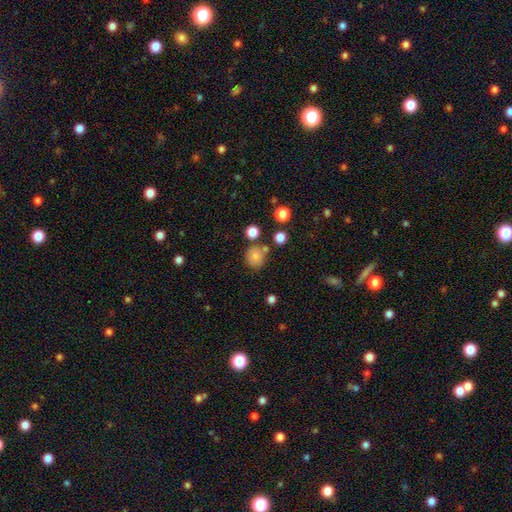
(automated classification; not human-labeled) smooth-or-featured: smooth: 80% | star or artifact: 12% | featured or disk: 8%
  how-rounded: round: 86% | in between: 13% | cigar-shaped: 1%
  merging: none: 73% | minor disturbance: 12% | merger: 11% | major disturbance: 4%